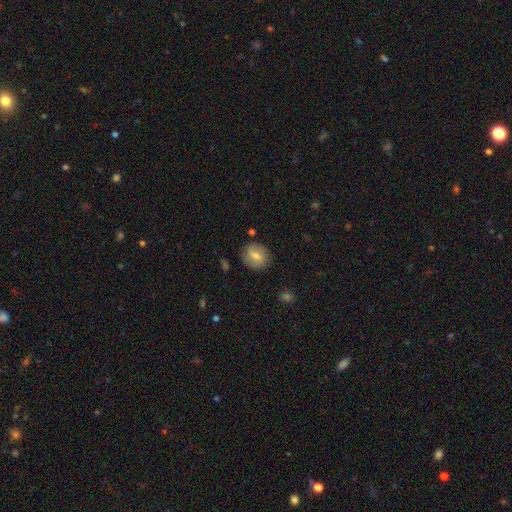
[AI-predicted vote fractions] Smooth or featured? smooth (62%)
How rounded? round (66%)
Merging? none (83%)